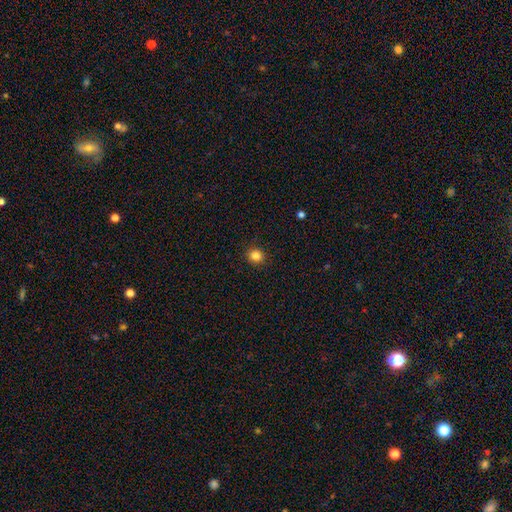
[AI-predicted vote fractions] Overall: smooth (85%). How rounded: round (85%). Merging: none (92%).